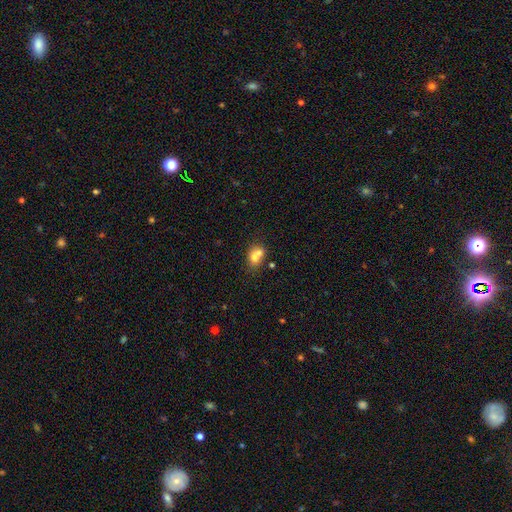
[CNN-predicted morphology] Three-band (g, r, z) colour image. It shows a smooth galaxy with no disk features (69%) that is in between round and cigar-shaped (55%). Merging: merger (57%).